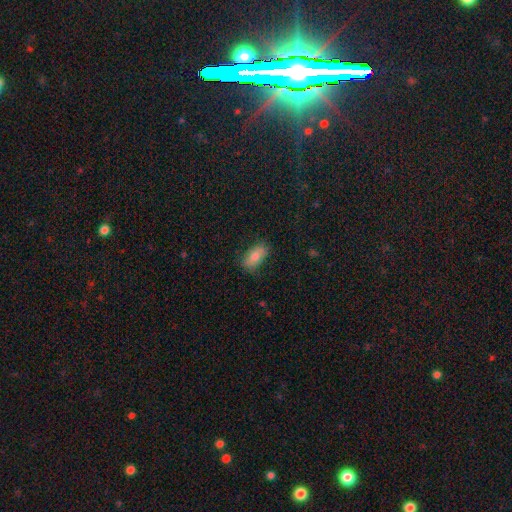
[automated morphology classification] A smooth galaxy with no disk features (77%) that is in between round and cigar-shaped (88%). Merging: none (82%).